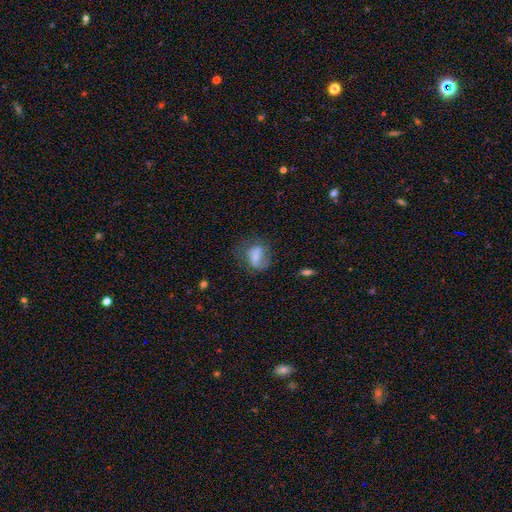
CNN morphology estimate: smooth_or_featured: smooth (p=0.60) [alt: featured or disk p=0.30]
how_rounded: in between (p=0.64) [alt: round p=0.32]
merging: none (p=0.43) [alt: major disturbance p=0.28]